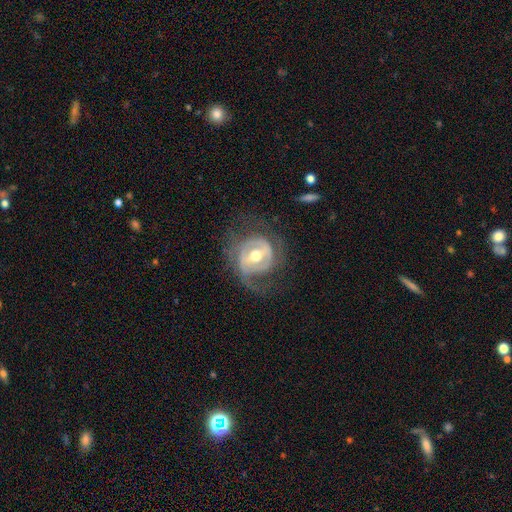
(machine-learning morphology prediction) type=featured or disk (81%); edge-on=no (97%); bar=weak (41%); spiral arms=yes (79%); winding=tight (40%); arm count=2 (50%); bulge=moderate (76%); merging=none (58%).